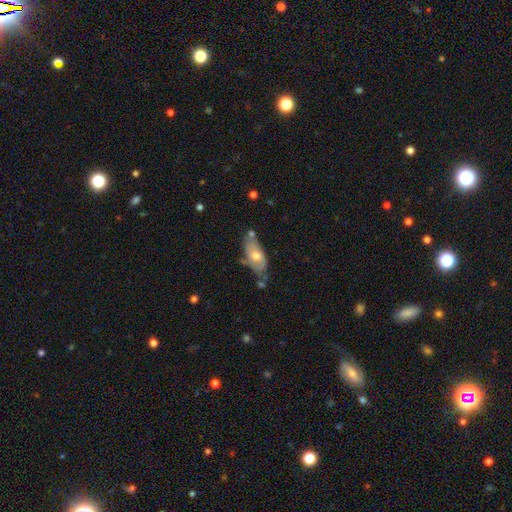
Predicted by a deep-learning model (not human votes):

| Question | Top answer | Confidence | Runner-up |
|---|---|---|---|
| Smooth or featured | smooth | 55% | featured or disk (39%) |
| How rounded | in between | 88% | cigar-shaped (9%) |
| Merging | none | 51% | minor disturbance (27%) |